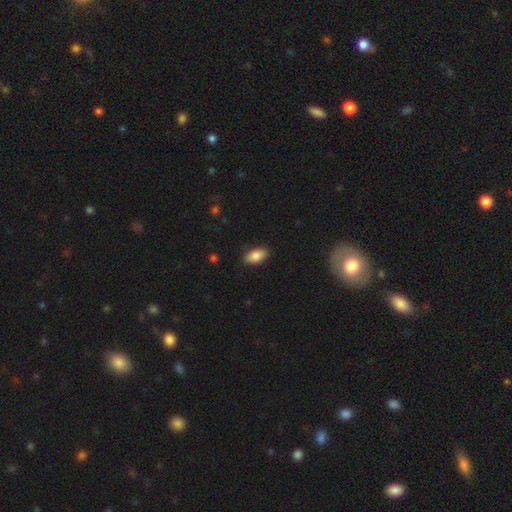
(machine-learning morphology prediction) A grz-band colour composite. It shows a smooth galaxy with no disk features (86%) that is in between round and cigar-shaped (93%). Merging: none (87%).